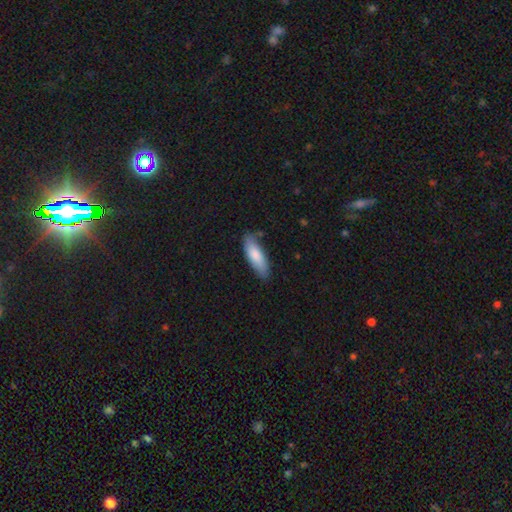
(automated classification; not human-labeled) Morphology: type=smooth (81%); roundness=in between (60%); merging=none (74%).